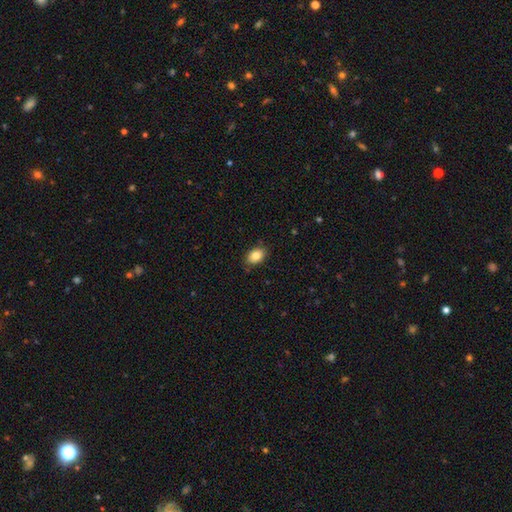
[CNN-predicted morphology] Smooth or featured? Predicted: smooth (p=0.85). How rounded? Predicted: in between (p=0.82). Merging? Predicted: none (p=0.84).